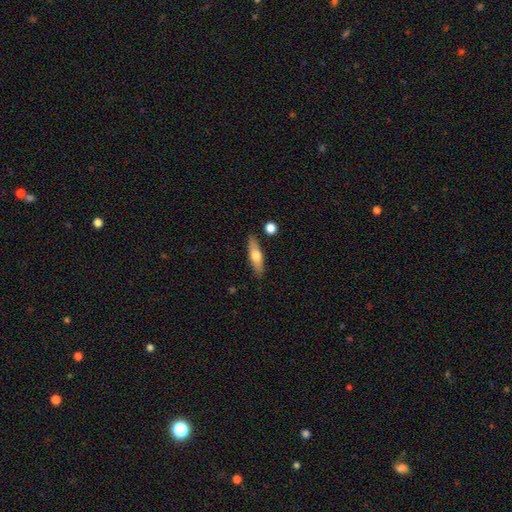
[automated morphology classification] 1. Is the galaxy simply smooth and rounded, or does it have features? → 56% smooth, 38% featured or disk, 6% star or artifact.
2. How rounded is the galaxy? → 61% cigar-shaped, 36% in between, 3% round.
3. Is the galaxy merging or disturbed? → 83% none, 11% minor disturbance, 4% merger, 2% major disturbance.